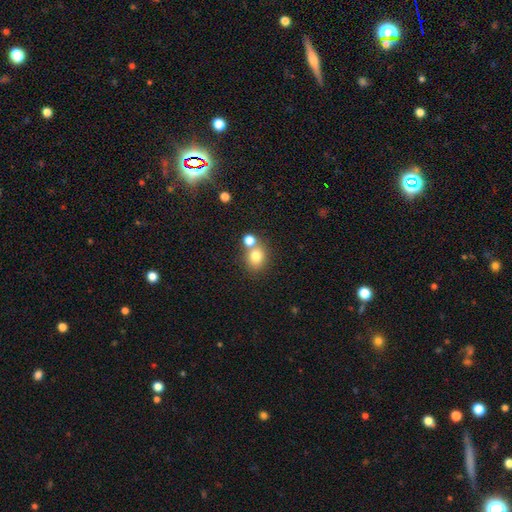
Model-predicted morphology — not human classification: A smooth galaxy with no disk features (78%) that is round (71%). Merging: none (55%).